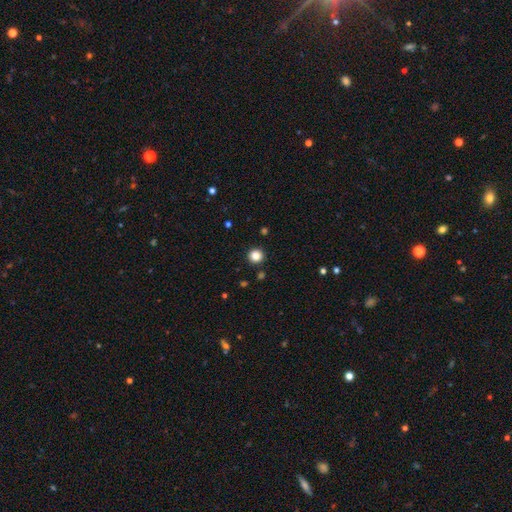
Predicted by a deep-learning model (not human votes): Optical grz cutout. It shows a smooth galaxy with no disk features (84%) that is round (95%). Merging: none (92%).